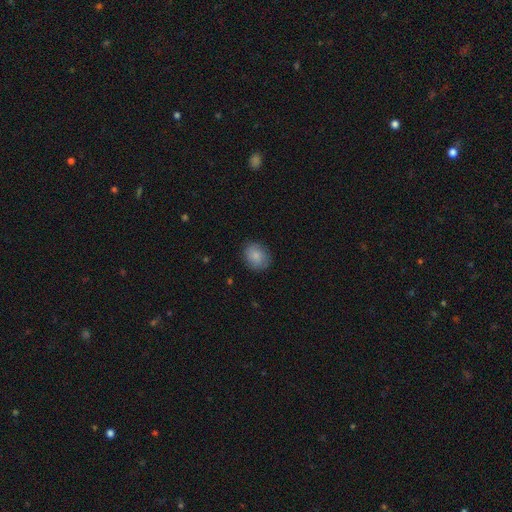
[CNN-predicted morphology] smooth-or-featured: smooth: 86% | star or artifact: 7% | featured or disk: 7%
  how-rounded: round: 56% | in between: 43% | cigar-shaped: 1%
  merging: none: 84% | minor disturbance: 12% | major disturbance: 3% | merger: 1%